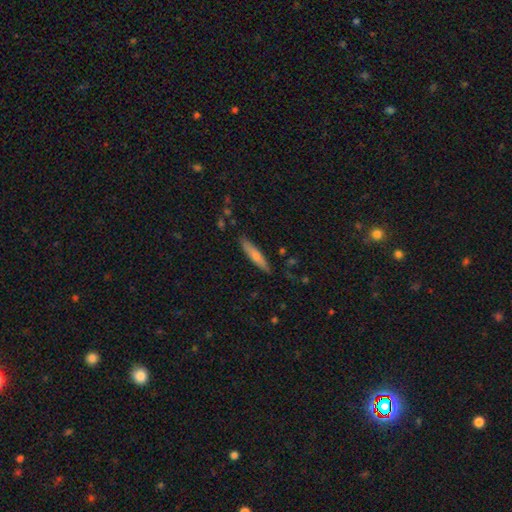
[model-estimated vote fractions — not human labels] smooth_or_featured: smooth (p=0.60) [alt: featured or disk p=0.33]
how_rounded: cigar-shaped (p=0.89) [alt: in between p=0.09]
merging: none (p=0.86) [alt: minor disturbance p=0.11]